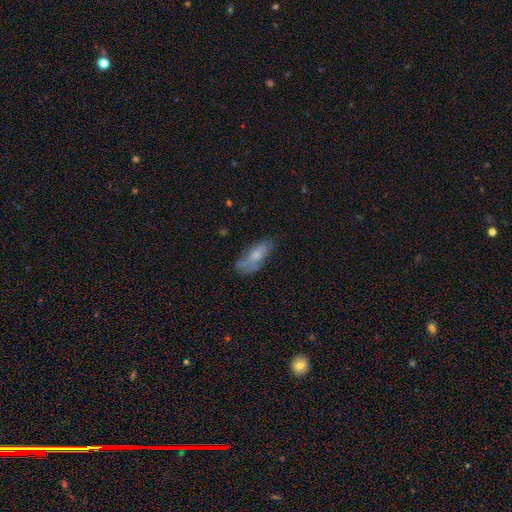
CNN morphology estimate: Smooth or featured? smooth (65%)
How rounded? in between (69%)
Merging? none (51%)